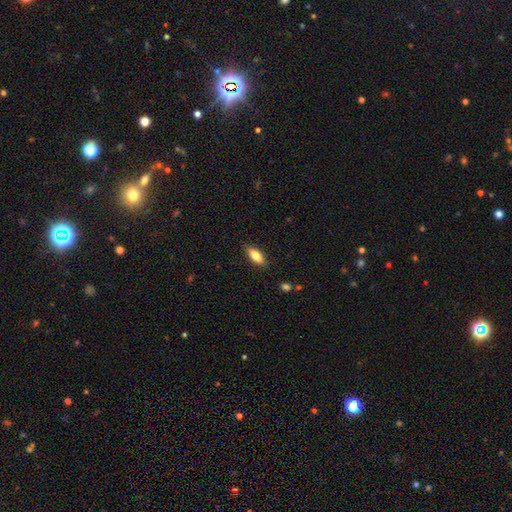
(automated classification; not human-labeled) Morphology: type=smooth (77%); roundness=in between (75%); merging=none (87%).